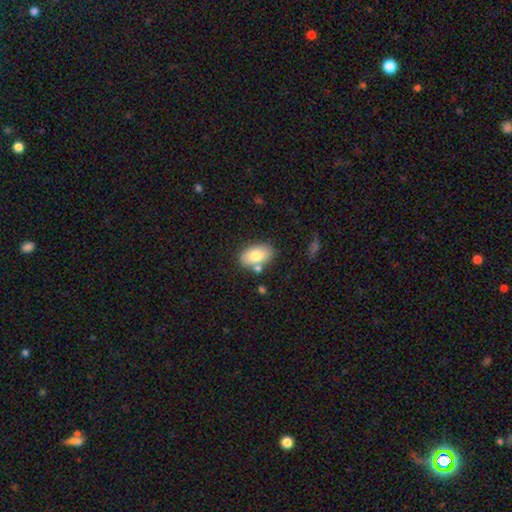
Smooth or featured? 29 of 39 (74%) said smooth. How rounded? 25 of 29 (86%) said in between. Merging? 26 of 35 (74%) said none.